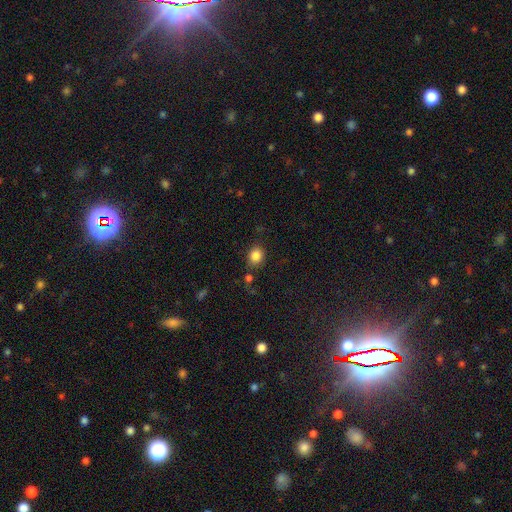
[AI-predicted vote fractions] smooth_or_featured: smooth (p=0.85) [alt: star or artifact p=0.10]
how_rounded: round (p=0.61) [alt: in between p=0.38]
merging: none (p=0.75) [alt: minor disturbance p=0.13]